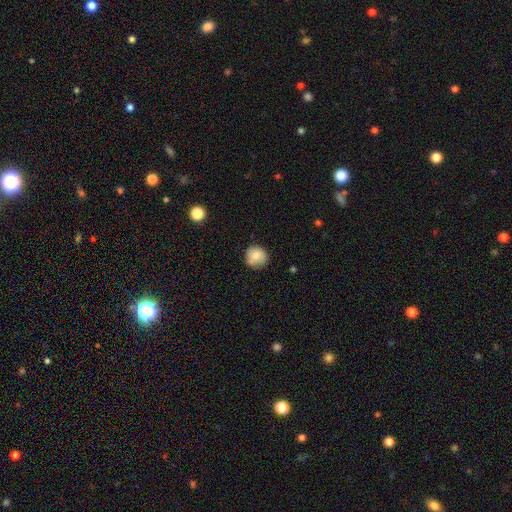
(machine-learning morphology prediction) A smooth galaxy with no disk features (83%) that is round (89%). Merging: none (82%).